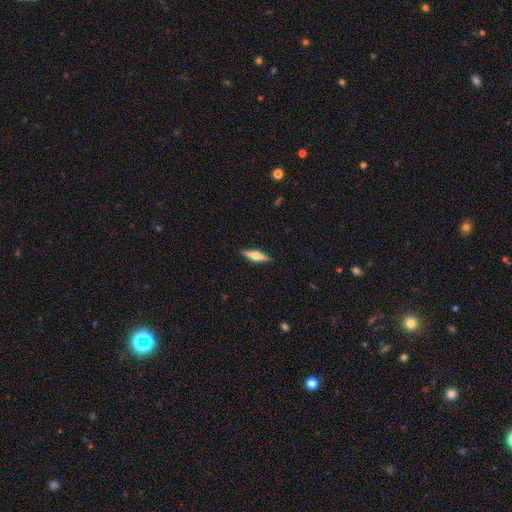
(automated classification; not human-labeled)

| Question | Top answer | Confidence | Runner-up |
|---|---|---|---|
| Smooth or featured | featured or disk | 55% | smooth (39%) |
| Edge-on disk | yes | 95% | no (5%) |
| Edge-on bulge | rounded | 92% | boxy (5%) |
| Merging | none | 89% | minor disturbance (8%) |